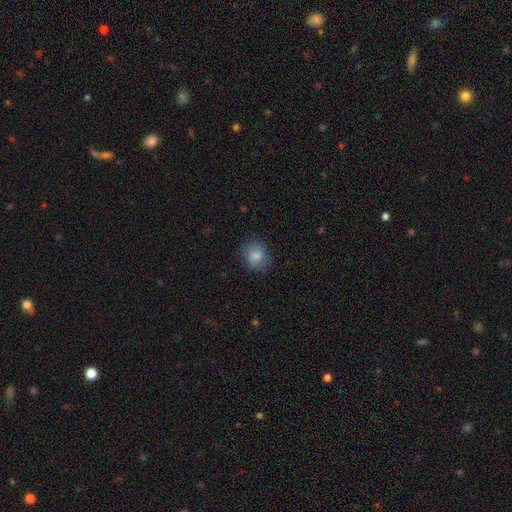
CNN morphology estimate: Q: Smooth or featured?
A: smooth (78%); runner-up: featured or disk (13%)
Q: How rounded?
A: round (61%); runner-up: in between (38%)
Q: Merging?
A: none (77%); runner-up: minor disturbance (17%)